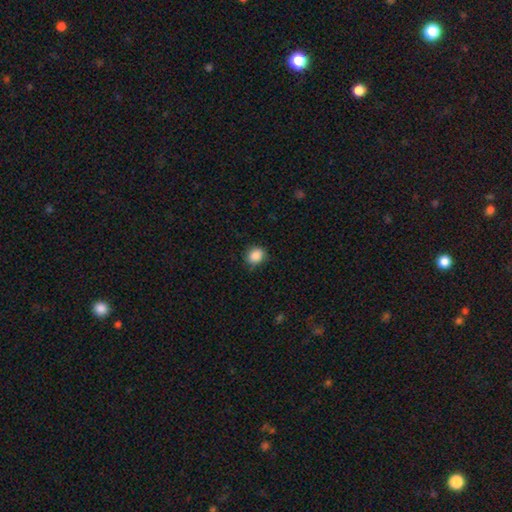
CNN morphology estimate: A smooth galaxy with no disk features (88%) that is round (66%). Merging: none (82%).